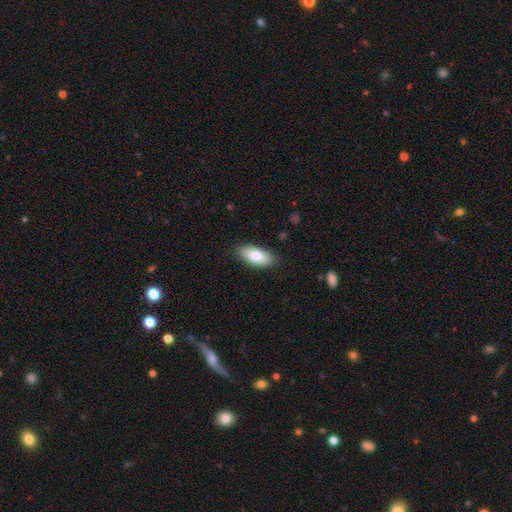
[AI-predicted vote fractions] This is likely a smooth galaxy (77%). How rounded: clearly in between (85%). Merging: clearly none (86%).